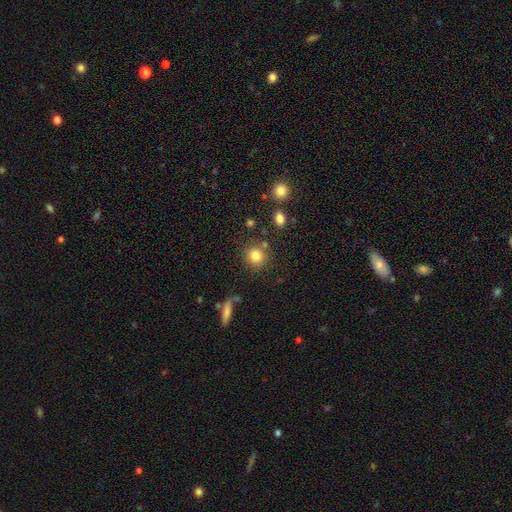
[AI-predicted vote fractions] Smooth or featured? smooth (81%)
How rounded? round (88%)
Merging? none (79%)